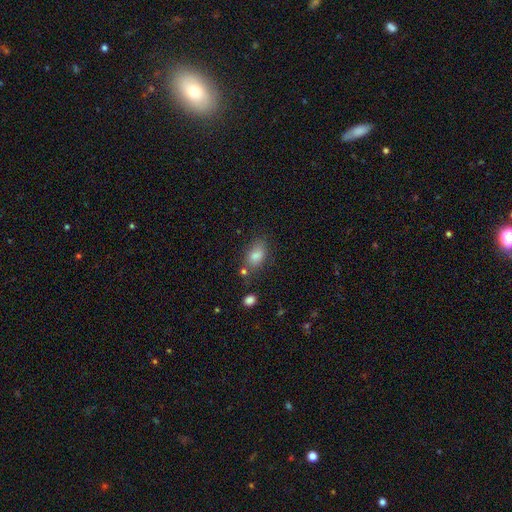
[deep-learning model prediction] Smooth or featured? smooth (80%)
How rounded? in between (84%)
Merging? none (72%)